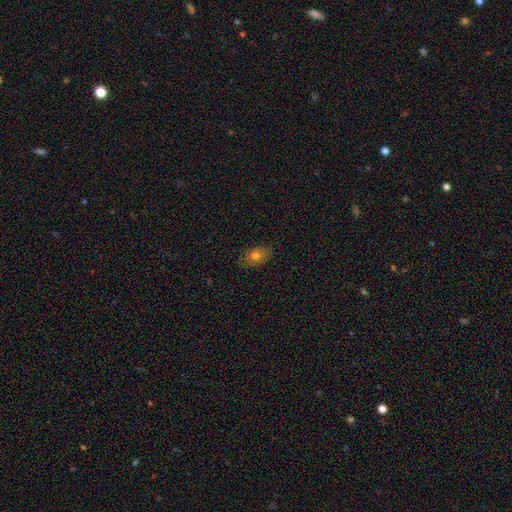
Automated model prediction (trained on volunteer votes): Smooth or featured? smooth (75%)
How rounded? in between (84%)
Merging? none (82%)